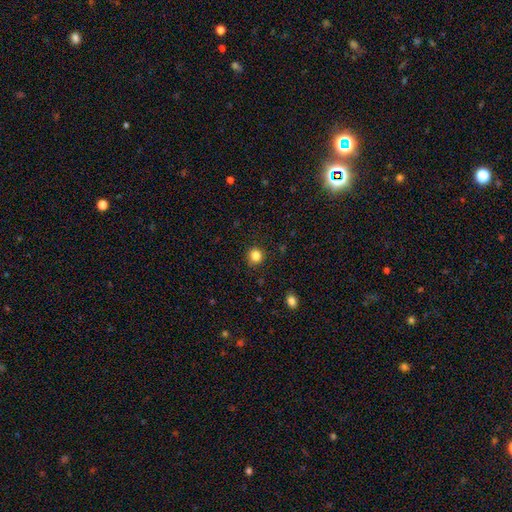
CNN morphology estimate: smooth_or_featured: smooth (p=0.84) [alt: star or artifact p=0.12]
how_rounded: round (p=0.90) [alt: in between p=0.09]
merging: none (p=0.88) [alt: minor disturbance p=0.08]